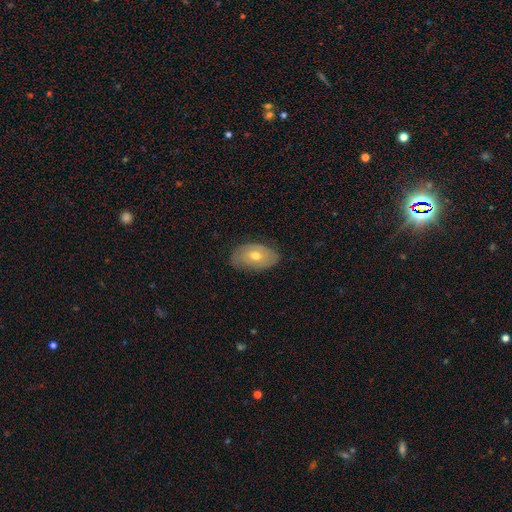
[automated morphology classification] Overall: featured or disk (52%; smooth 41%). Edge-on disk: no (90%). Merging: none (77%).